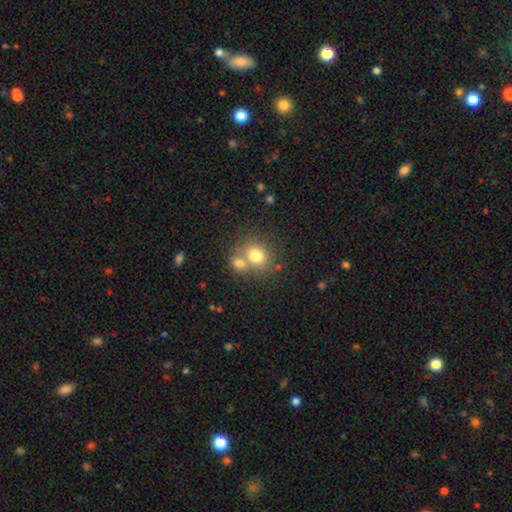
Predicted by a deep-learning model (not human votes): Overall: smooth (76%). How rounded: round (70%). Merging: none (45%; merger 44%).